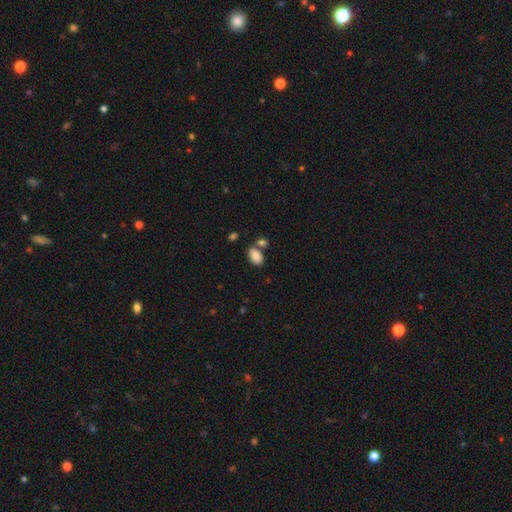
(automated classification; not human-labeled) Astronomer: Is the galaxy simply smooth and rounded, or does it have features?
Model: smooth — 87%.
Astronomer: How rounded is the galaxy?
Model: in between — 91%.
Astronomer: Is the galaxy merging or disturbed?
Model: none — 61%.